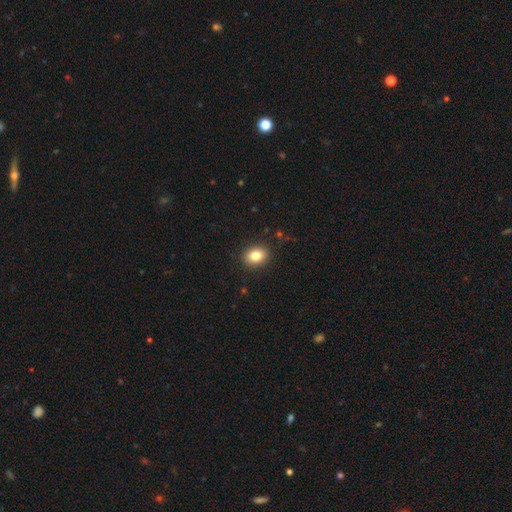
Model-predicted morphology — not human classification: Smooth or featured?
  - smooth: 83% *
  - star or artifact: 9%
  - featured or disk: 8%
How rounded?
  - in between: 62% *
  - round: 37%
  - cigar-shaped: 1%
Merging?
  - none: 89% *
  - minor disturbance: 7%
  - major disturbance: 2%
  - merger: 1%